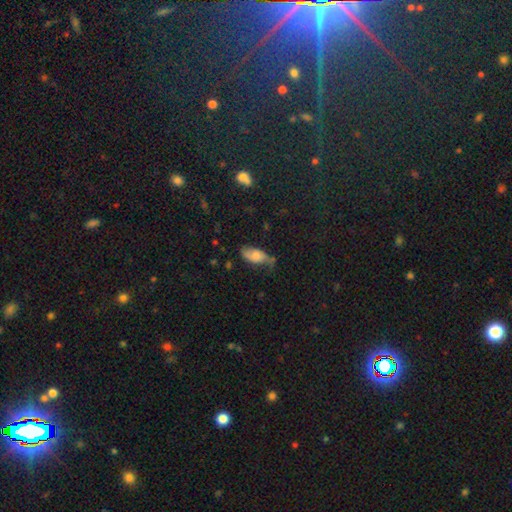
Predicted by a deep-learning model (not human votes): A smooth galaxy with no disk features (58%) that is in between round and cigar-shaped (87%). Merging: none (47%).